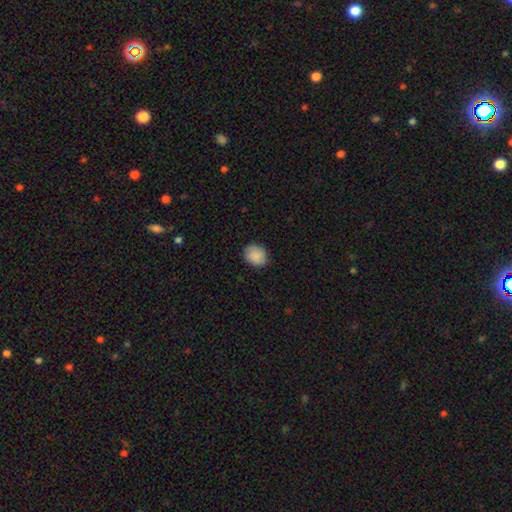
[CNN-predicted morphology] This appears to be a smooth galaxy with no disk features (89%) that is round (62%). Merging: none (84%).